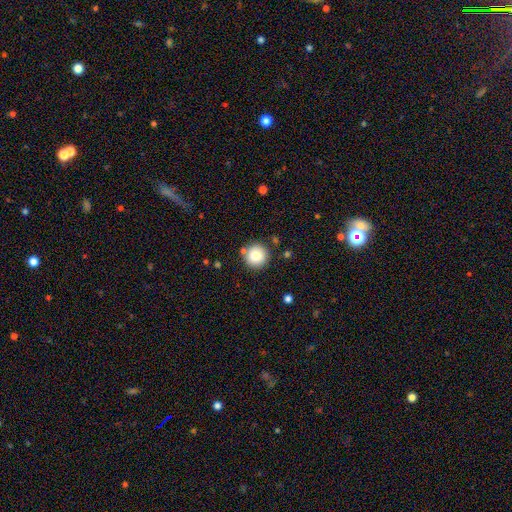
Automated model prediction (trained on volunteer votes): smooth-or-featured: smooth: 84% | star or artifact: 9% | featured or disk: 7%
  how-rounded: round: 95% | in between: 4% | cigar-shaped: 1%
  merging: none: 84% | minor disturbance: 9% | merger: 5% | major disturbance: 3%